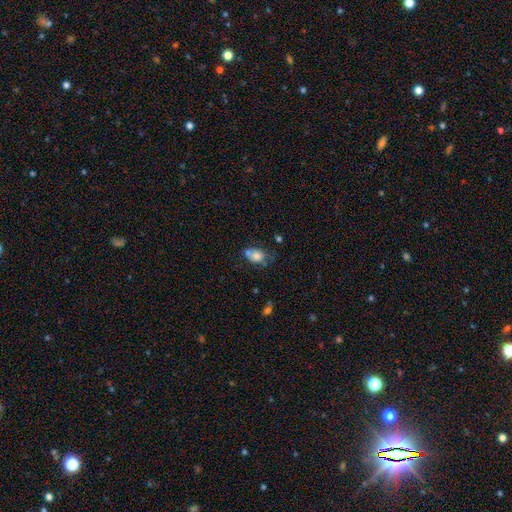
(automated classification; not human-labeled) Smooth or featured? smooth (73%)
How rounded? in between (59%)
Merging? none (38%)